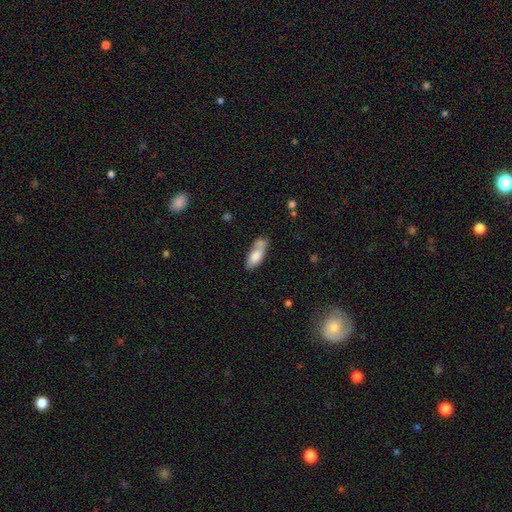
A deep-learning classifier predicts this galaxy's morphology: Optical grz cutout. It shows a smooth galaxy with no disk features (77%) that is in between round and cigar-shaped (72%). Merging: none (43%).